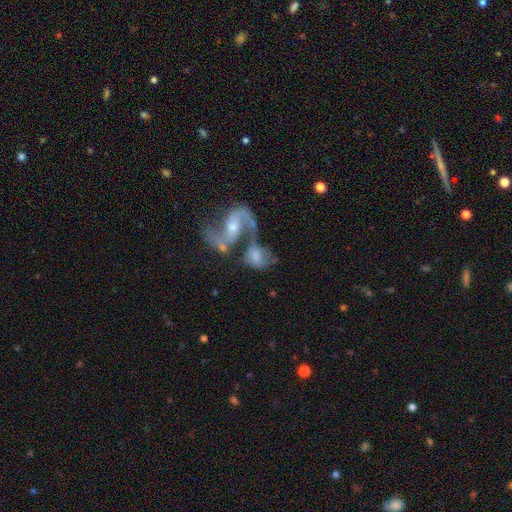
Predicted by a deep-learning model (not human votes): A featured or disk galaxy (64%) with no bar (43%), 2 (80%) loose (62%) spiral arms (83%) and a moderate central bulge (45%).

Vote fractions:
- Smooth or featured? featured or disk: 64% / smooth: 29% / star or artifact: 8%
- Edge-on disk? no: 96% / yes: 4%
- Bar? no: 43% / weak: 42% / strong: 15%
- Spiral arms? yes: 83% / no: 17%
- Spiral winding? loose: 62% / medium: 30% / tight: 7%
- Spiral arm count? 2: 80% / 1: 11% / can't tell: 5% / 3: 1% / 4: 1% / more than 4: 1%
- Bulge size? moderate: 45% / small: 33% / none: 11% / large: 10% / dominant: 2%
- Merging? merger: 59% / none: 18% / major disturbance: 12% / minor disturbance: 10%